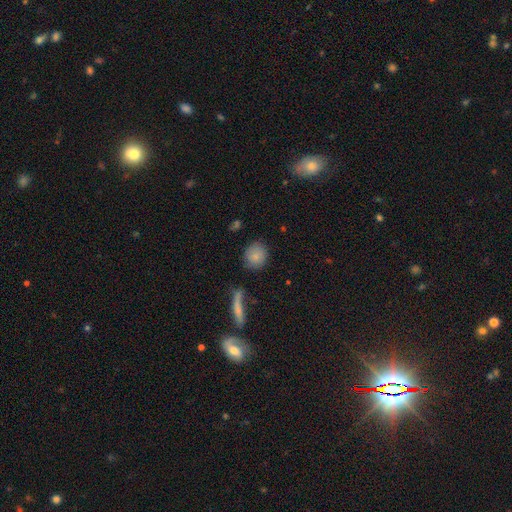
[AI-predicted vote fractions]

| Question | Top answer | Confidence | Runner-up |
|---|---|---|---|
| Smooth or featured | smooth | 82% | featured or disk (9%) |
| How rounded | round | 75% | in between (22%) |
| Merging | none | 79% | minor disturbance (12%) |